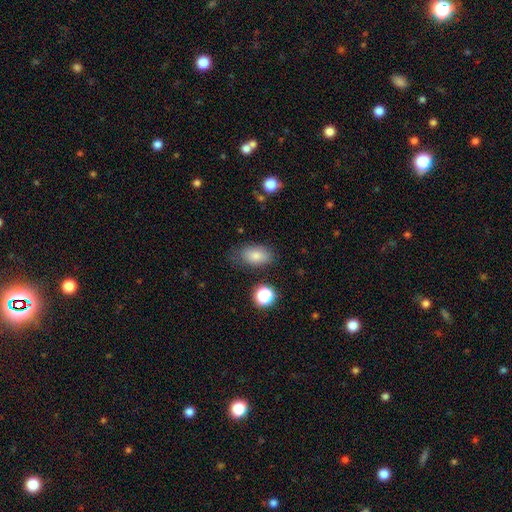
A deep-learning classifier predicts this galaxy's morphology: The model was most divided on "merging": none: 73%, minor disturbance: 18%, major disturbance: 6%, merger: 3%. More confident: how rounded — in between (89%); smooth or featured — smooth (80%).